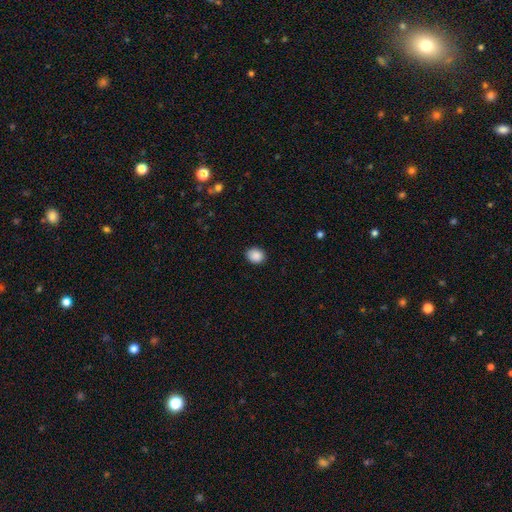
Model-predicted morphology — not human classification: Smooth or featured?
  - smooth: 89% *
  - star or artifact: 8%
  - featured or disk: 3%
How rounded?
  - round: 66% *
  - in between: 33%
  - cigar-shaped: 1%
Merging?
  - none: 89% *
  - minor disturbance: 8%
  - major disturbance: 2%
  - merger: 1%